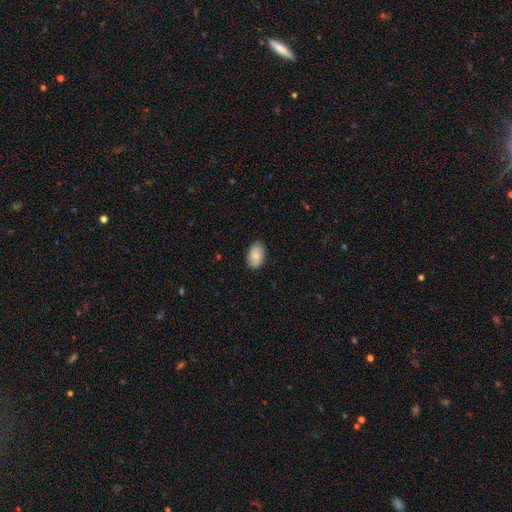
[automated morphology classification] Smooth or featured? smooth (85%)
How rounded? in between (92%)
Merging? none (87%)